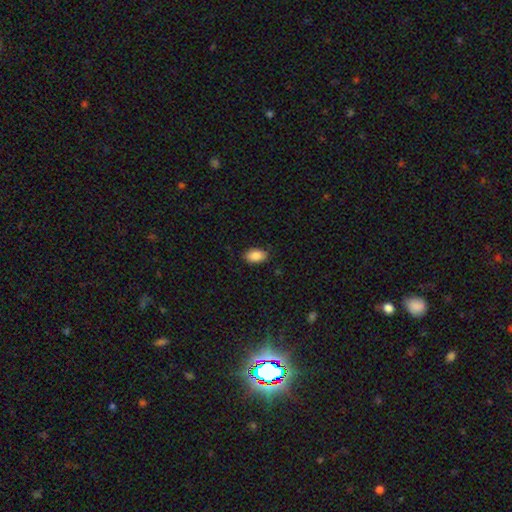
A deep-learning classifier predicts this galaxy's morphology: Smooth or featured?
  - smooth: 88% *
  - star or artifact: 7%
  - featured or disk: 5%
How rounded?
  - in between: 91% *
  - round: 7%
  - cigar-shaped: 2%
Merging?
  - none: 83% *
  - minor disturbance: 13%
  - major disturbance: 2%
  - merger: 1%